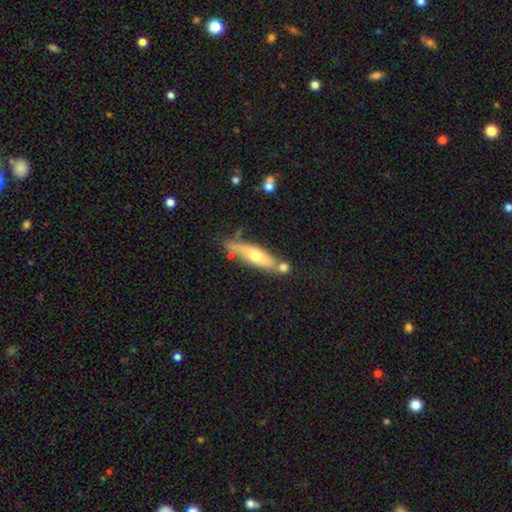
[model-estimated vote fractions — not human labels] A smooth galaxy with no disk features (48%).

Vote fractions:
- Smooth or featured? smooth: 48% / featured or disk: 45% / star or artifact: 7%
- Merging? none: 61% / minor disturbance: 20% / merger: 14% / major disturbance: 5%